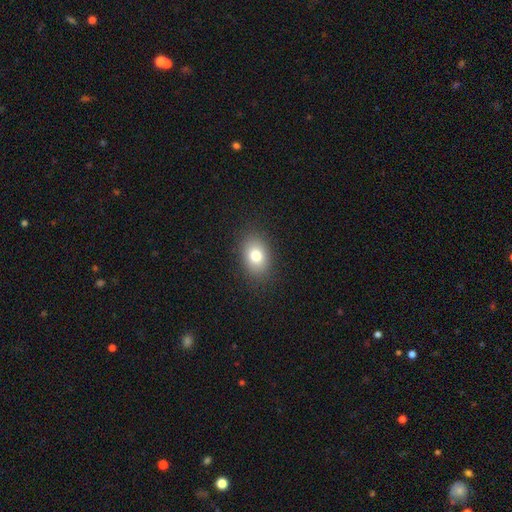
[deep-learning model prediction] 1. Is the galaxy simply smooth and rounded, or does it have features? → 79% smooth, 11% star or artifact, 10% featured or disk.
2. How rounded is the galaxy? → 73% in between, 26% round, 1% cigar-shaped.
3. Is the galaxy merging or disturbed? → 88% none, 8% minor disturbance, 3% major disturbance, 1% merger.